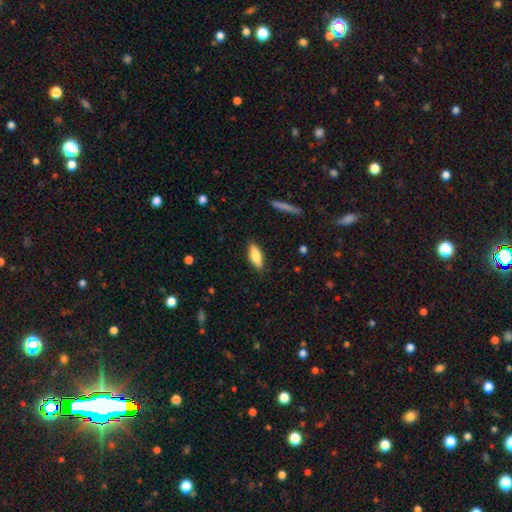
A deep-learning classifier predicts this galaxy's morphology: smooth-or-featured: smooth: 78% | featured or disk: 16% | star or artifact: 6%
  how-rounded: in between: 59% | cigar-shaped: 39% | round: 2%
  merging: none: 87% | minor disturbance: 10% | major disturbance: 2% | merger: 1%